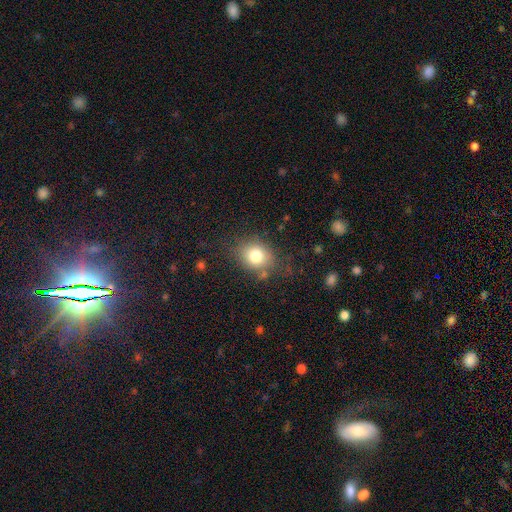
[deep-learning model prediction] Smooth or featured?
  - smooth: 78% *
  - star or artifact: 11%
  - featured or disk: 11%
How rounded?
  - round: 58% *
  - in between: 41%
  - cigar-shaped: 1%
Merging?
  - none: 75% *
  - minor disturbance: 16%
  - major disturbance: 6%
  - merger: 3%